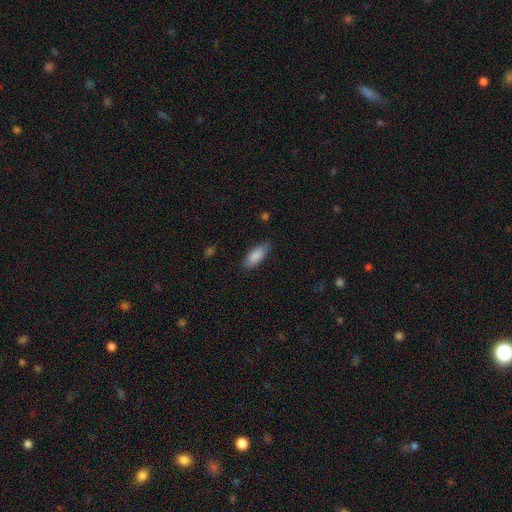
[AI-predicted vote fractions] smooth 88%, featured or disk 6%, star or artifact 6%. Down the decision tree: how rounded — in between (78%); merging — none (82%).